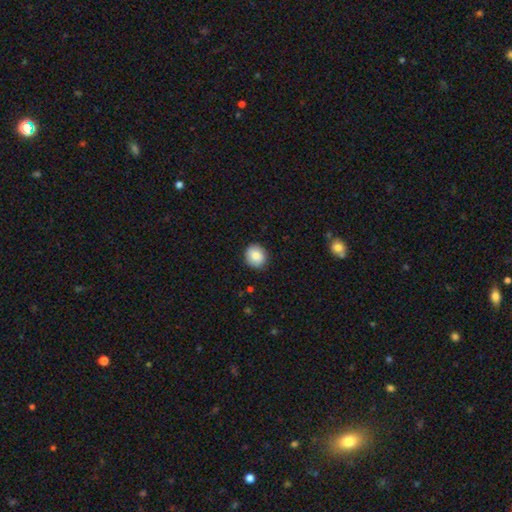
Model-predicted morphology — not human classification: A smooth galaxy with no disk features (85%) that is round (83%).

Vote fractions:
- Smooth or featured? smooth: 85% / star or artifact: 8% / featured or disk: 7%
- How rounded? round: 83% / in between: 16% / cigar-shaped: 1%
- Merging? none: 90% / minor disturbance: 7% / major disturbance: 2% / merger: 1%